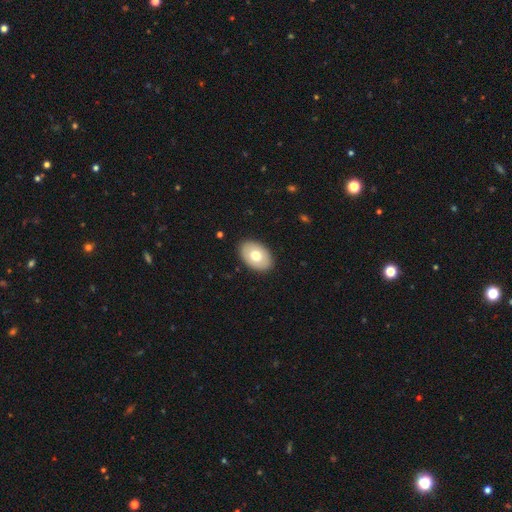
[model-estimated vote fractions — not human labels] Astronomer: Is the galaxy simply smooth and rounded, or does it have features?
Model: smooth — 70%.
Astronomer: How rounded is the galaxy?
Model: in between — 86%.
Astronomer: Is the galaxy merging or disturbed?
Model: none — 89%.